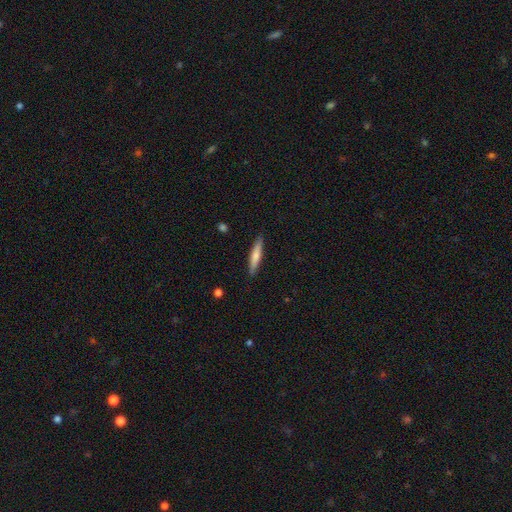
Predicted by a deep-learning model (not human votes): This appears to be a smooth galaxy with no disk features (66%) that is cigar-shaped (90%). Merging: none (89%).